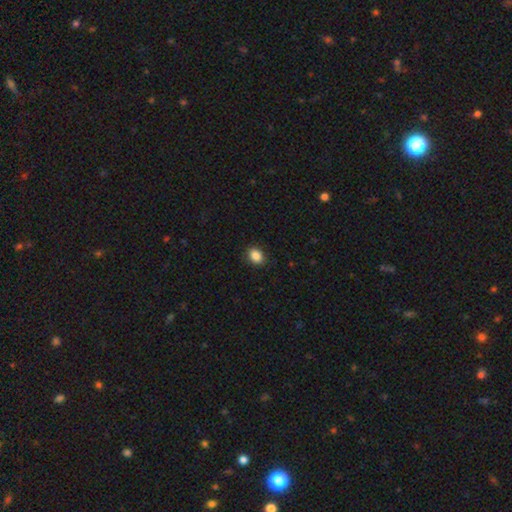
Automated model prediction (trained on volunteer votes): This appears to be a smooth galaxy with no disk features (87%) that is in between round and cigar-shaped (58%). Merging: none (90%).